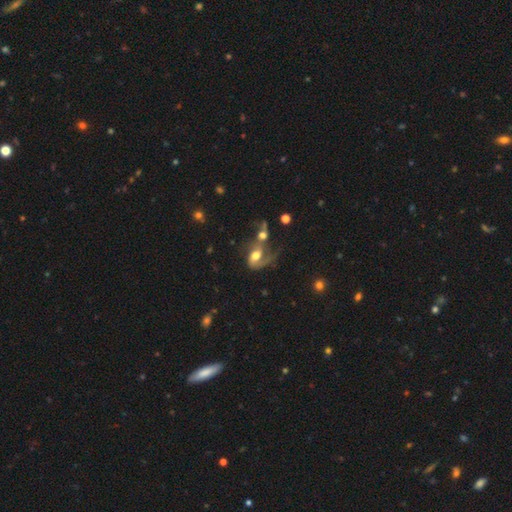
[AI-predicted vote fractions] This appears to be a featured or disk galaxy (61%) with no bar (54%), spiral arms (81%) and a moderate central bulge (58%). Merging: merger (51%).